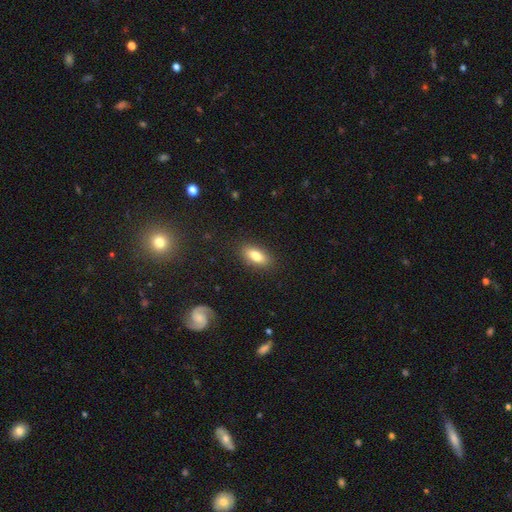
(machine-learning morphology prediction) A smooth galaxy with no disk features (79%) that is in between round and cigar-shaped (84%). Merging: none (87%).